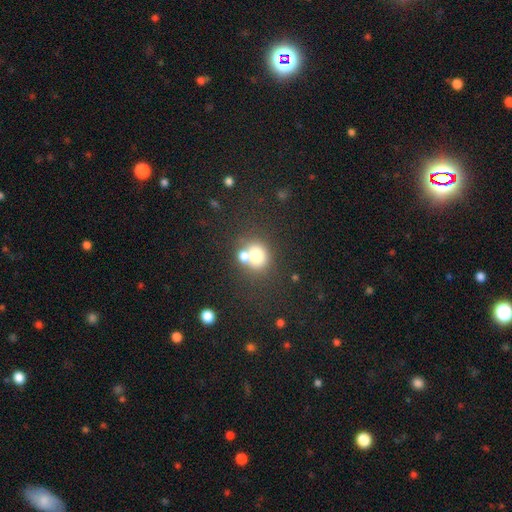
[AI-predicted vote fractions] The model was most divided on "merging": none: 47%, merger: 39%, minor disturbance: 9%, major disturbance: 5%. More confident: smooth or featured — smooth (72%); how rounded — round (71%).